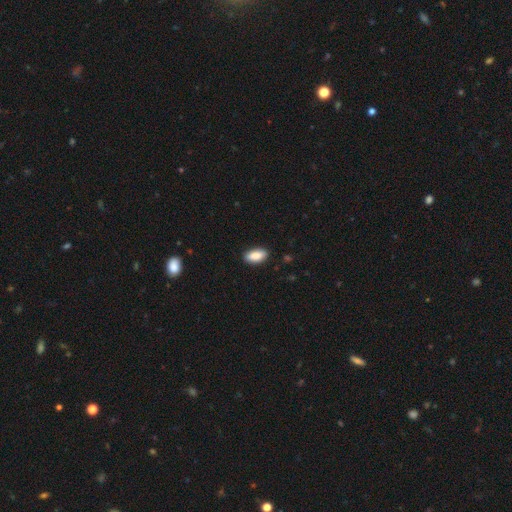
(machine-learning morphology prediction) Smooth or featured: smooth — 89% (star or artifact — 6%)
How rounded: in between — 90% (cigar-shaped — 8%)
Merging: none — 88% (minor disturbance — 9%)